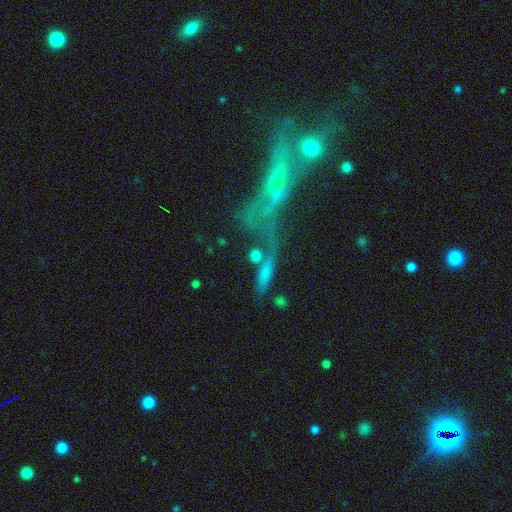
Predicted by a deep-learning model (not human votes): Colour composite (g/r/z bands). It shows a smooth galaxy with no disk features (65%) that is cigar-shaped (43%). Merging: none (51%).